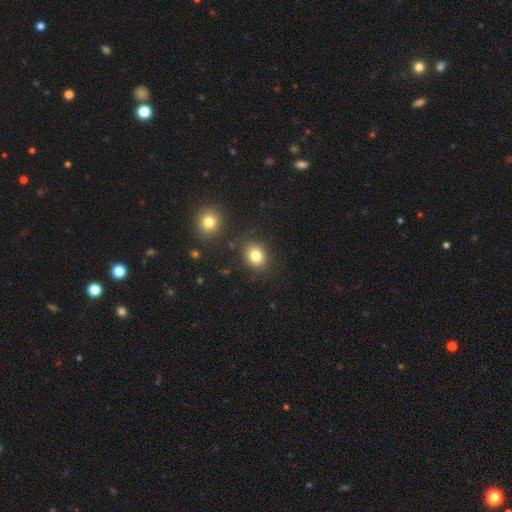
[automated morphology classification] smooth-or-featured: smooth: 82% | star or artifact: 11% | featured or disk: 7%
  how-rounded: round: 61% | in between: 38% | cigar-shaped: 1%
  merging: none: 82% | minor disturbance: 10% | merger: 4% | major disturbance: 3%